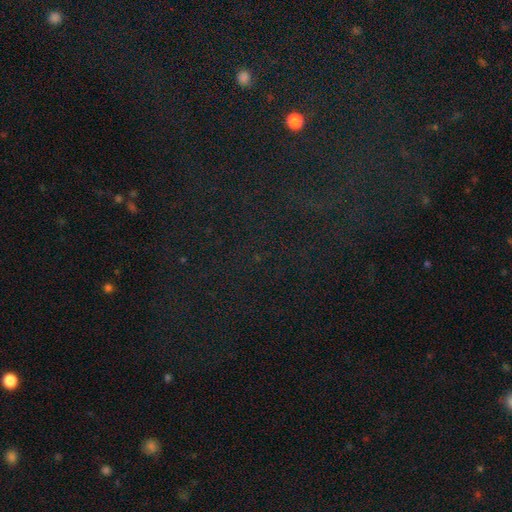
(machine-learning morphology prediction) Q: Smooth or featured?
A: star or artifact (80%); runner-up: smooth (11%)